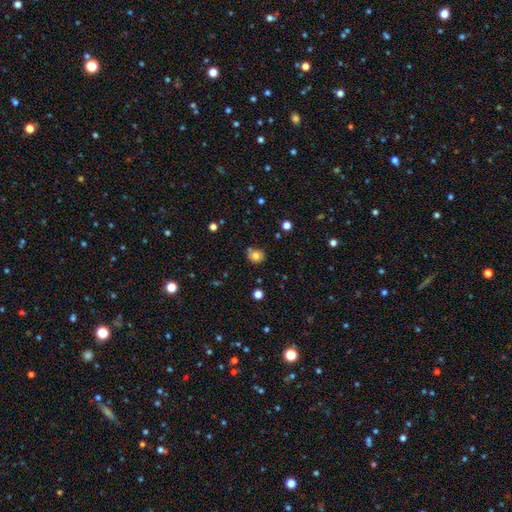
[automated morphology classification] smooth-or-featured: smooth: 78% | star or artifact: 13% | featured or disk: 10%
  how-rounded: round: 80% | in between: 19% | cigar-shaped: 1%
  merging: none: 69% | minor disturbance: 18% | merger: 9% | major disturbance: 4%